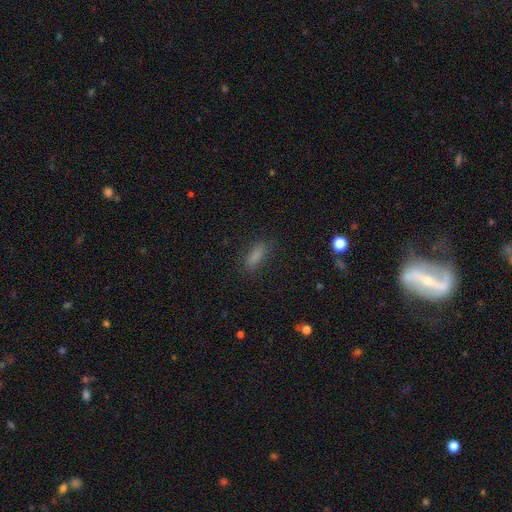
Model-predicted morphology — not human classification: Overall: smooth (82%). How rounded: in between (59%; cigar-shaped 38%). Merging: none (82%).